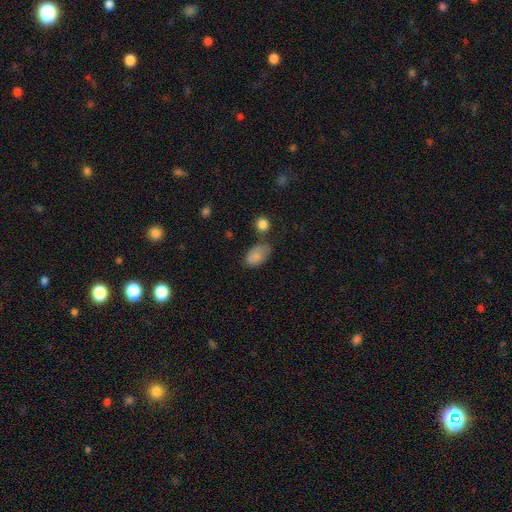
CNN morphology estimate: smooth-or-featured: smooth: 83% | star or artifact: 9% | featured or disk: 8%
  how-rounded: in between: 90% | round: 8% | cigar-shaped: 2%
  merging: none: 51% | minor disturbance: 29% | major disturbance: 10% | merger: 10%